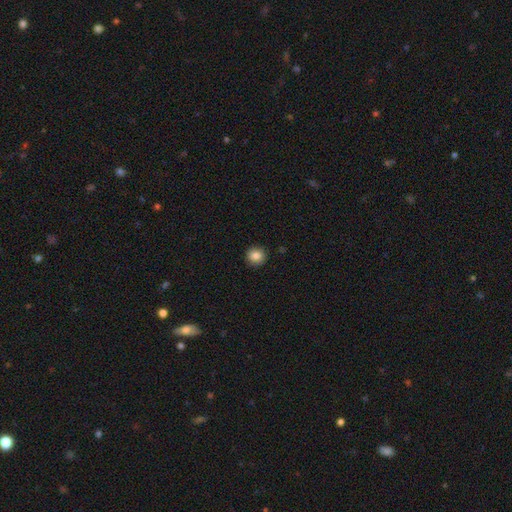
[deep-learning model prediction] smooth 85%, star or artifact 9%, featured or disk 5%. Down the decision tree: how rounded — round (93%); merging — none (92%).